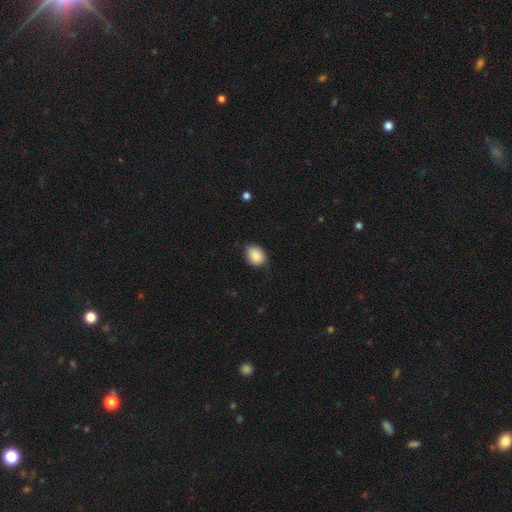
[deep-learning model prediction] This appears to be a smooth galaxy with no disk features (89%) that is in between round and cigar-shaped (63%). Merging: none (78%).